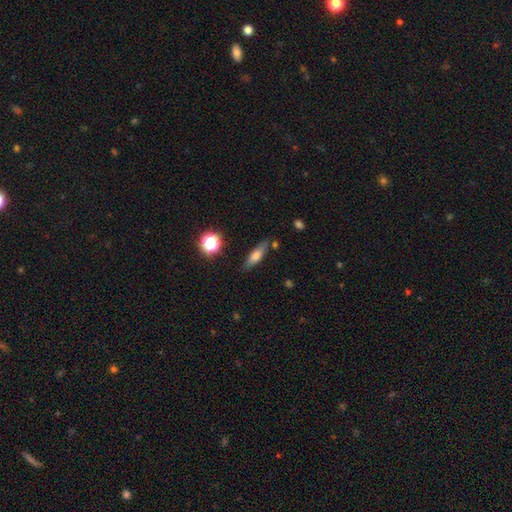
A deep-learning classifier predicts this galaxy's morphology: type=smooth (63%); roundness=cigar-shaped (49%); merging=none (78%).